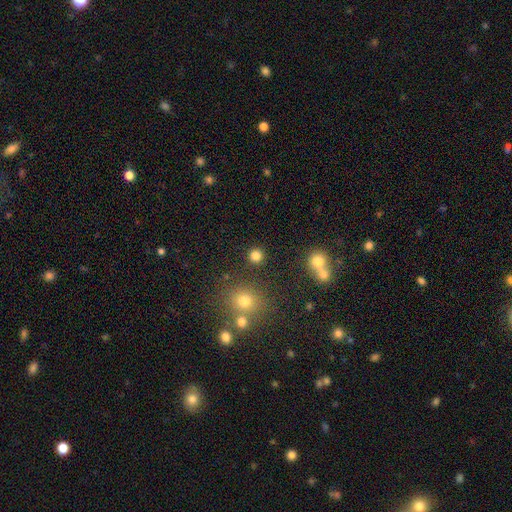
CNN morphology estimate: type=smooth (81%); roundness=round (93%); merging=none (87%).